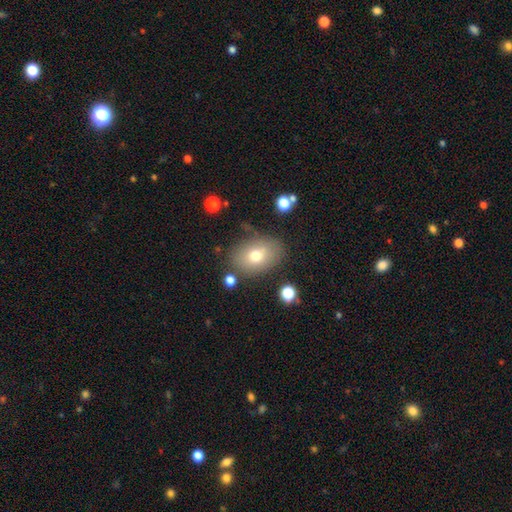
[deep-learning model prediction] Smooth or featured? smooth (72%)
How rounded? in between (77%)
Merging? none (75%)